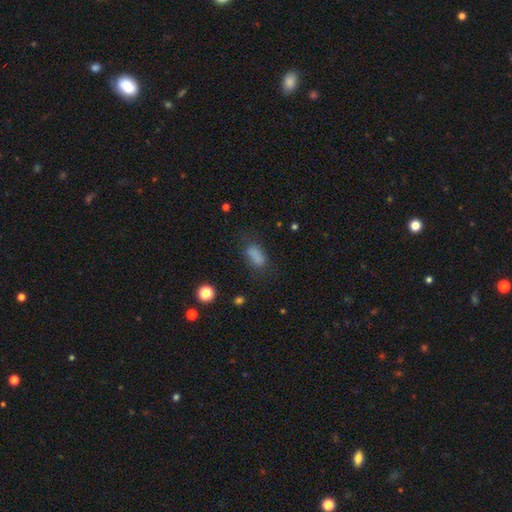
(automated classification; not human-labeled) A smooth galaxy with no disk features (79%) that is in between round and cigar-shaped (85%).

Vote fractions:
- Smooth or featured? smooth: 79% / star or artifact: 13% / featured or disk: 8%
- How rounded? in between: 85% / cigar-shaped: 9% / round: 6%
- Merging? none: 63% / minor disturbance: 22% / major disturbance: 11% / merger: 4%